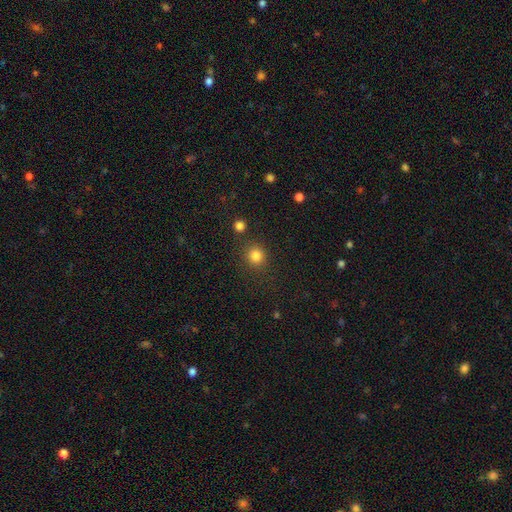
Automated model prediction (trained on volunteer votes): Overall: smooth (83%). How rounded: round (90%). Merging: none (85%).